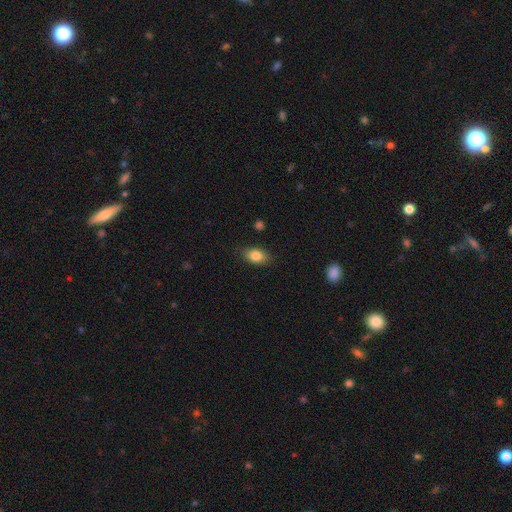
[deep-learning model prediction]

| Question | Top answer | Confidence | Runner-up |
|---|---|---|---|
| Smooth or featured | smooth | 84% | featured or disk (8%) |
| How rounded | in between | 85% | round (13%) |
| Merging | none | 82% | minor disturbance (14%) |